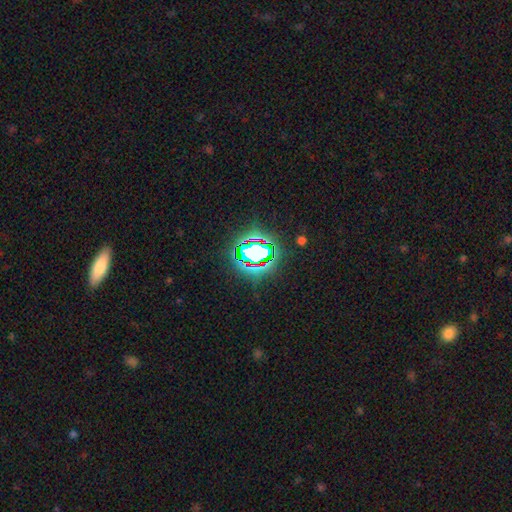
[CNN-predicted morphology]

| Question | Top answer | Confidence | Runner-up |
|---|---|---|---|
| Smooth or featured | star or artifact | 67% | smooth (20%) |